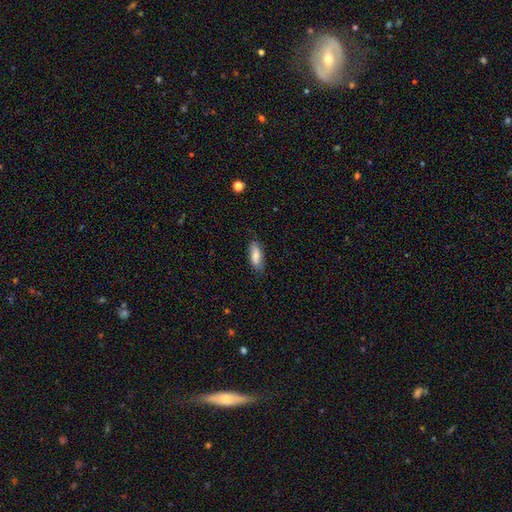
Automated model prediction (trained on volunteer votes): This appears to be a smooth galaxy with no disk features (79%) that is in between round and cigar-shaped (73%). Merging: none (78%).